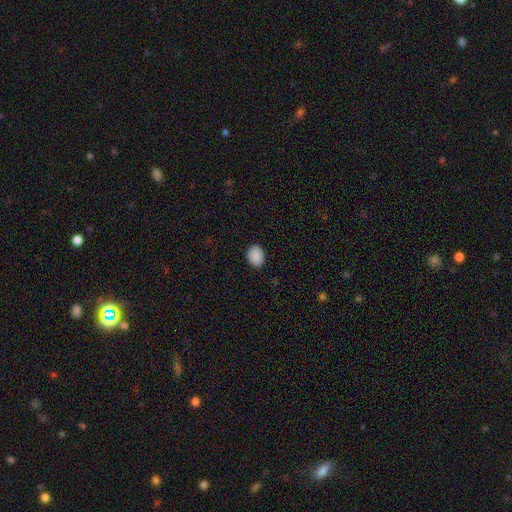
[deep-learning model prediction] This appears to be a smooth galaxy with no disk features (90%) that is in between round and cigar-shaped (61%). Merging: none (89%).